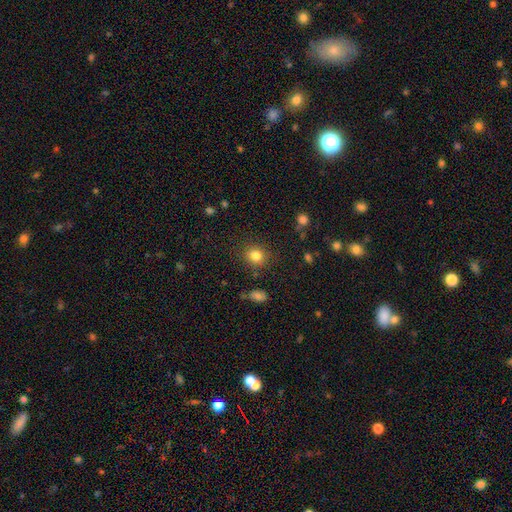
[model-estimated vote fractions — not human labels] The model was most divided on "how rounded": round: 80%, in between: 19%, cigar-shaped: 1%. More confident: merging — none (86%); smooth or featured — smooth (82%).